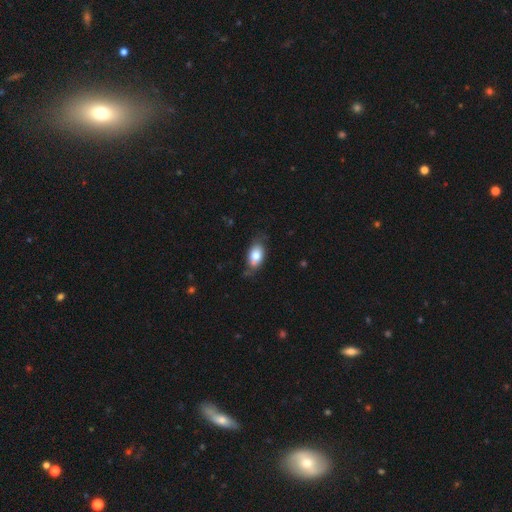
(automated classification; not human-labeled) smooth-or-featured: smooth: 77% | featured or disk: 16% | star or artifact: 7%
  how-rounded: in between: 90% | round: 6% | cigar-shaped: 4%
  merging: none: 67% | minor disturbance: 25% | major disturbance: 6% | merger: 2%